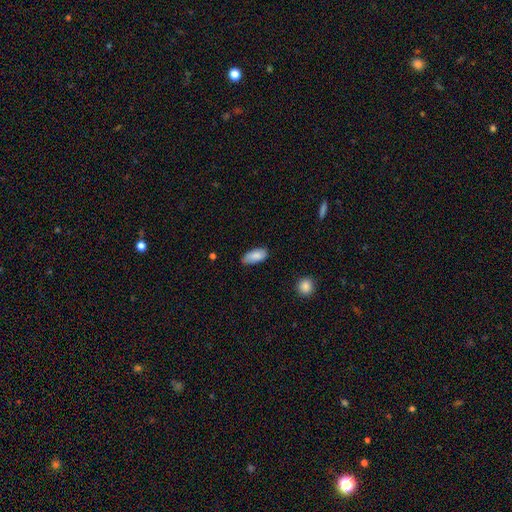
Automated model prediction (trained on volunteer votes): smooth 84%, featured or disk 9%, star or artifact 6%. Down the decision tree: how rounded — in between (90%); merging — none (72%).